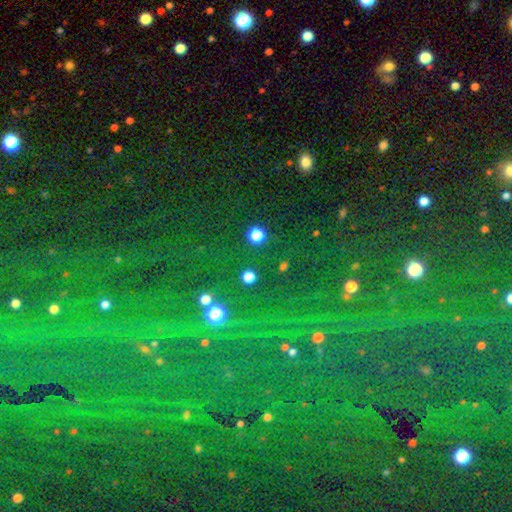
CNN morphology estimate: A star or artifact, not a galaxy (83%).